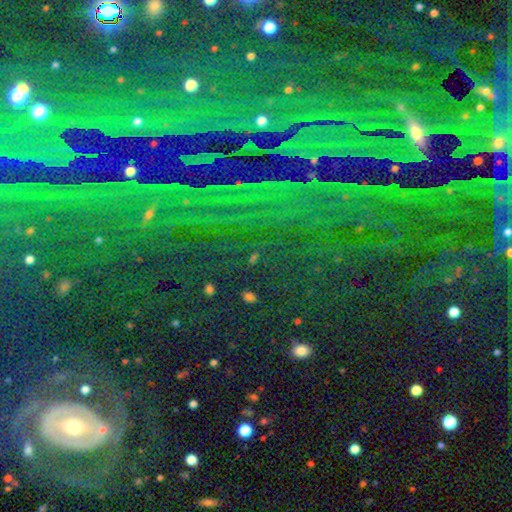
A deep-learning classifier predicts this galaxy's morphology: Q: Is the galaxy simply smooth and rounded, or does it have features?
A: star or artifact — 80%.